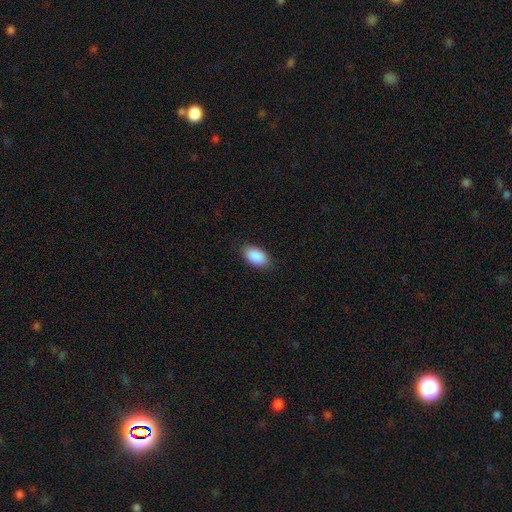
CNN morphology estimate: smooth-or-featured: smooth: 91% | star or artifact: 6% | featured or disk: 3%
  how-rounded: in between: 94% | round: 4% | cigar-shaped: 2%
  merging: none: 86% | minor disturbance: 11% | major disturbance: 3% | merger: 1%